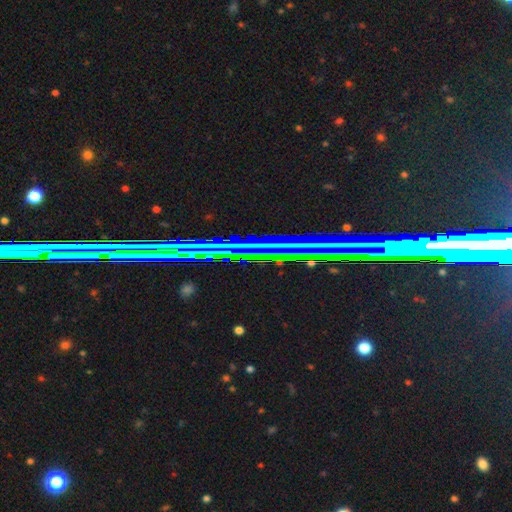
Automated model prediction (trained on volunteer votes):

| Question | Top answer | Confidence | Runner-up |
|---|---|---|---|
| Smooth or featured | star or artifact | 78% | featured or disk (13%) |